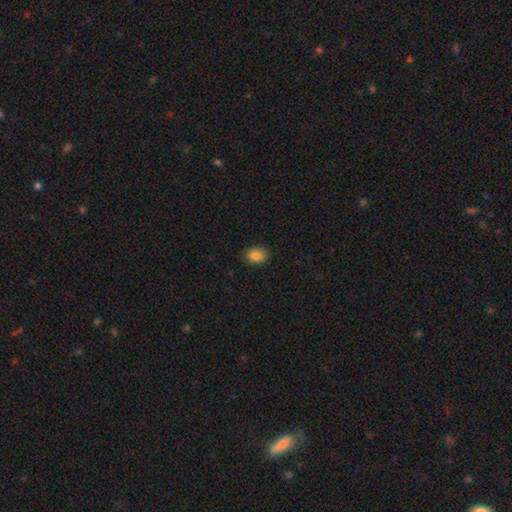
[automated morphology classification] This appears to be a smooth galaxy with no disk features (86%) that is in between round and cigar-shaped (72%). Merging: none (88%).